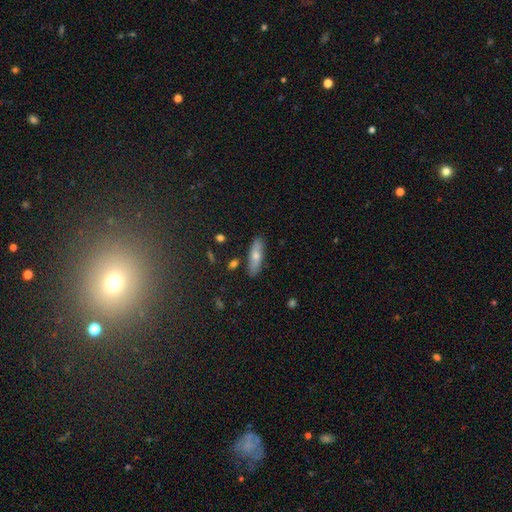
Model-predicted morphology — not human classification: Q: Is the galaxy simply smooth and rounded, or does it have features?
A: smooth — 66%.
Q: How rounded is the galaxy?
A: in between — 50%.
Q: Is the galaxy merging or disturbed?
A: none — 85%.